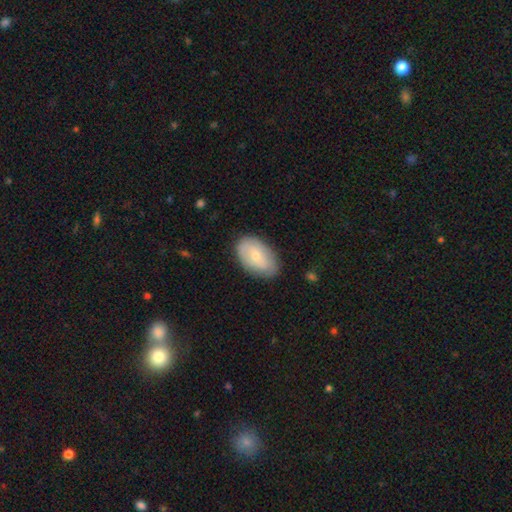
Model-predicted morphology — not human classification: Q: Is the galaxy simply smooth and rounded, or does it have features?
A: smooth — 64%.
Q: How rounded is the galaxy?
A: in between — 91%.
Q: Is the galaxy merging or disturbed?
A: none — 79%.